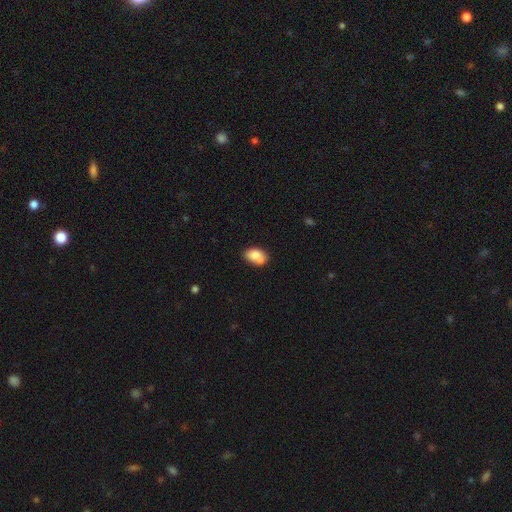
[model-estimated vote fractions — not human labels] Smooth or featured?
  - smooth: 80% *
  - featured or disk: 12%
  - star or artifact: 8%
How rounded?
  - in between: 86% *
  - round: 13%
  - cigar-shaped: 1%
Merging?
  - none: 56% *
  - minor disturbance: 22%
  - merger: 18%
  - major disturbance: 5%